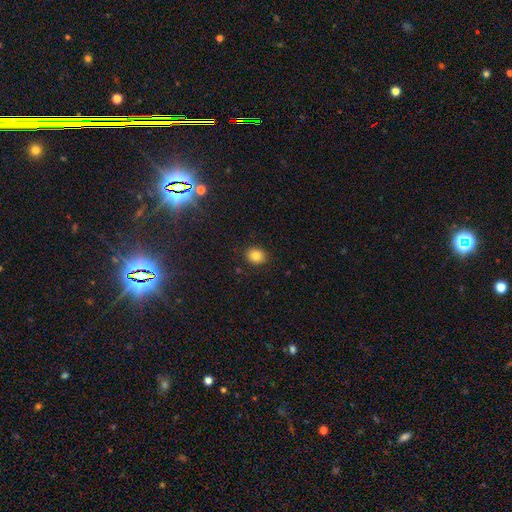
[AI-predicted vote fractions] This appears to be a smooth galaxy with no disk features (83%) that is round (59%). Merging: none (89%).